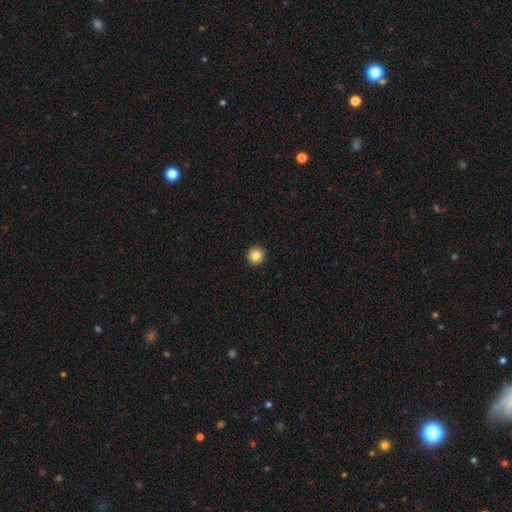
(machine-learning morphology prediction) A smooth galaxy with no disk features (84%) that is round (95%). Merging: none (94%).